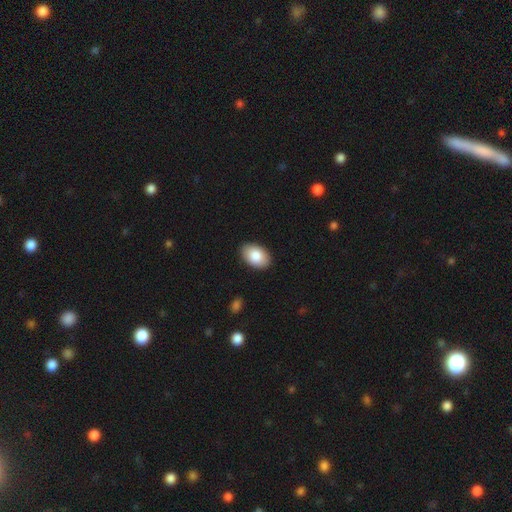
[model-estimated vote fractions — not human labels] Morphology: type=smooth (87%); roundness=in between (91%); merging=none (89%).